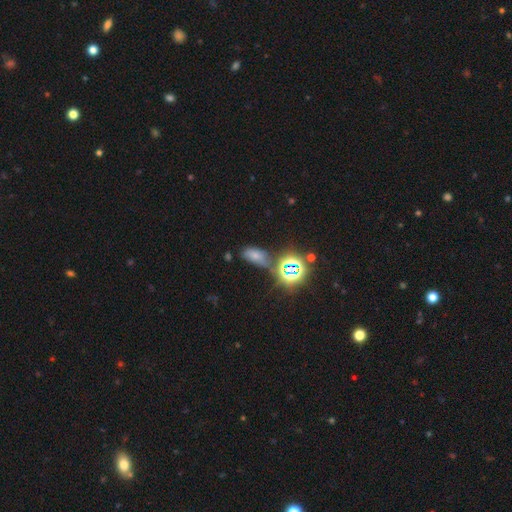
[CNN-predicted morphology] This appears to be a smooth galaxy with no disk features (48%). Merging: none (55%).